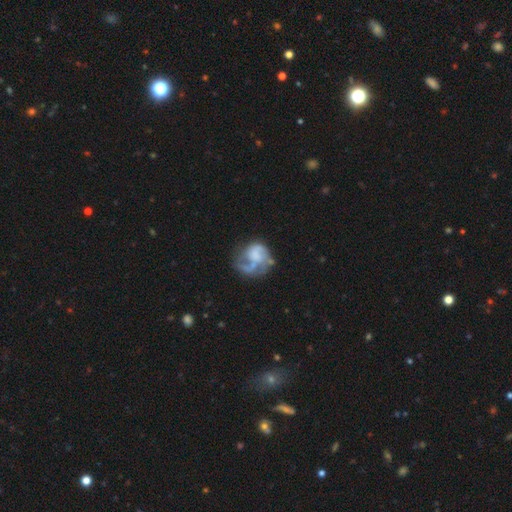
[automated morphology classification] The model was most divided on "merging": none: 37%, major disturbance: 33%, minor disturbance: 21%, merger: 9%. Remaining: edge-on disk — no (98%); bar — no (74%); smooth or featured — featured or disk (62%); spiral arms — yes (60%); bulge size — none (48%).